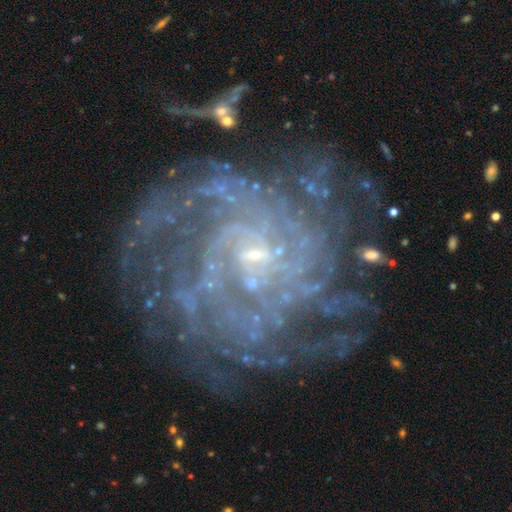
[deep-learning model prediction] The model was most divided on "bar": no: 50%, weak: 40%, strong: 9%. Remaining: edge-on disk — no (98%); spiral arms — yes (95%); smooth or featured — featured or disk (88%); bulge size — small (78%); merging — none (70%); spiral winding — tight (66%); spiral arm count — can't tell (33%).